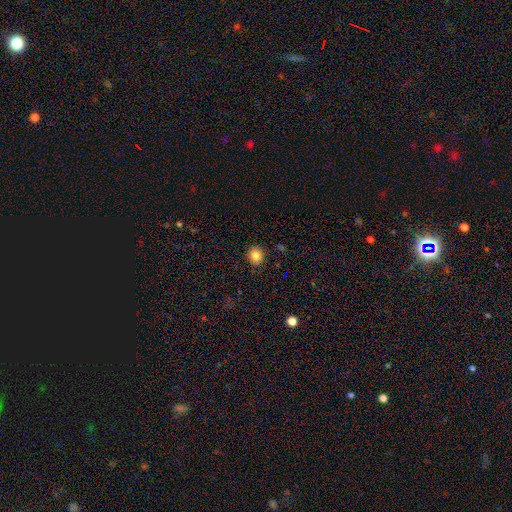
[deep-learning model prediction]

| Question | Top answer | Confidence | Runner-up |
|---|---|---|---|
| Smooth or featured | smooth | 82% | star or artifact (11%) |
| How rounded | round | 84% | in between (15%) |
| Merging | none | 90% | minor disturbance (7%) |